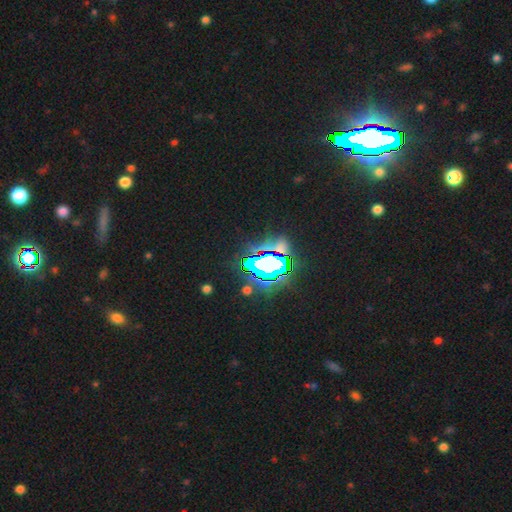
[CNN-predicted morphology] Smooth or featured?
  - star or artifact: 70% *
  - smooth: 15%
  - featured or disk: 14%